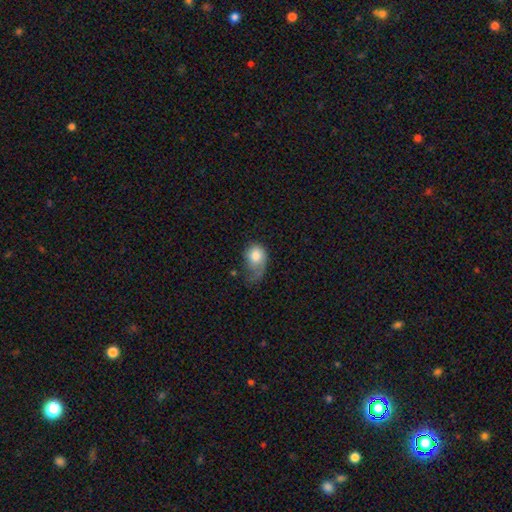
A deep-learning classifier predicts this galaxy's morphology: Overall: smooth (73%). How rounded: in between (60%; round 39%). Merging: major disturbance (48%; minor disturbance 26%).